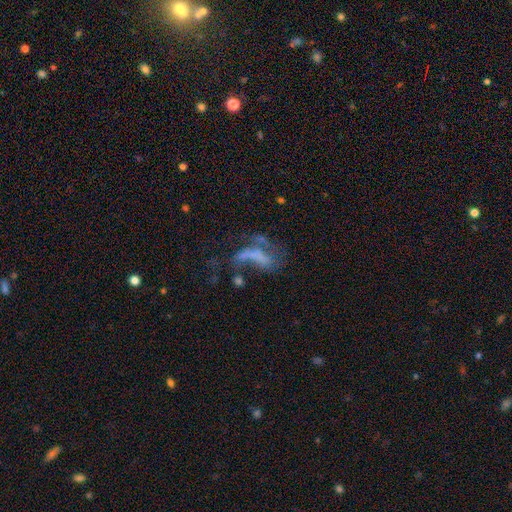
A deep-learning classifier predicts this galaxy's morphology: The model was most divided on "smooth or featured": featured or disk: 47%, smooth: 33%, star or artifact: 20%. Remaining: merging — major disturbance (42%).